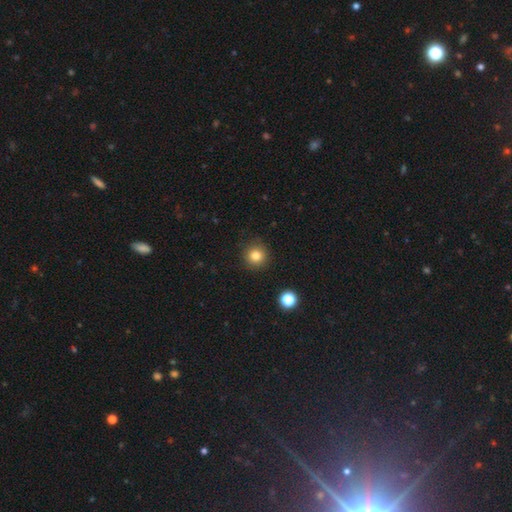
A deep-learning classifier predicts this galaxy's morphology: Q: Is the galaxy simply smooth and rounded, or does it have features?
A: smooth — 82%.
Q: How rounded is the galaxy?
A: round — 94%.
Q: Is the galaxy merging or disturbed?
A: none — 90%.